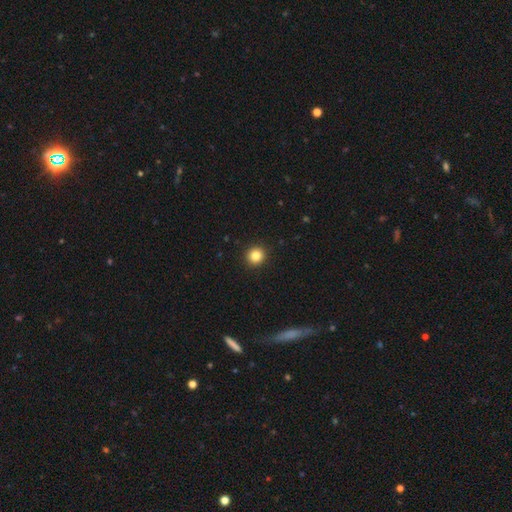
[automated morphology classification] smooth-or-featured: smooth: 83% | star or artifact: 11% | featured or disk: 5%
  how-rounded: round: 92% | in between: 7% | cigar-shaped: 1%
  merging: none: 93% | minor disturbance: 5% | major disturbance: 2% | merger: 1%